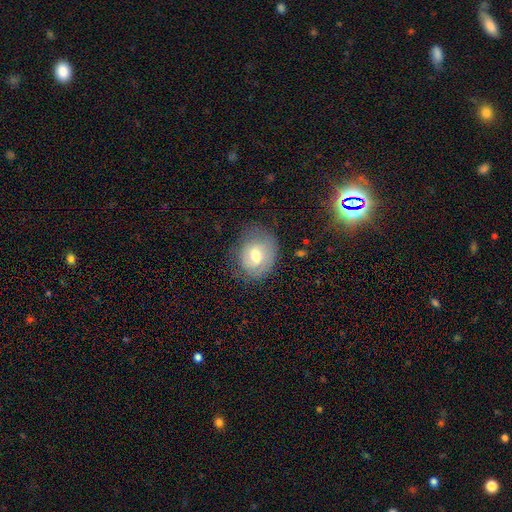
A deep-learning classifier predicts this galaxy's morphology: Smooth or featured?
  - smooth: 55% *
  - featured or disk: 37%
  - star or artifact: 8%
How rounded?
  - round: 55% *
  - in between: 44%
  - cigar-shaped: 1%
Merging?
  - none: 63% *
  - minor disturbance: 26%
  - major disturbance: 10%
  - merger: 2%